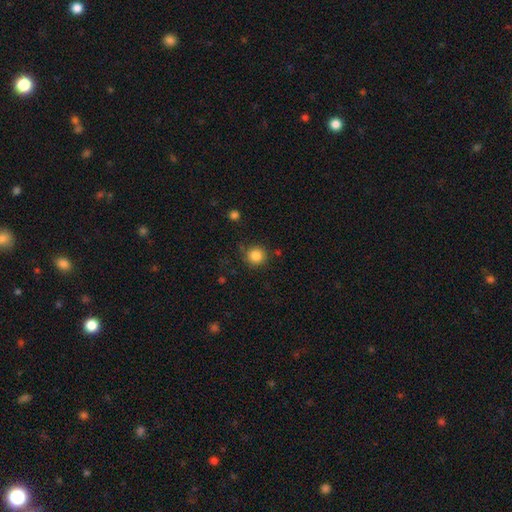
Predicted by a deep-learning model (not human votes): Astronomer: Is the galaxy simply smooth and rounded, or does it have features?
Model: smooth — 85%.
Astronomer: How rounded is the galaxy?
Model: round — 94%.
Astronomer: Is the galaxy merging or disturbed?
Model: none — 84%.